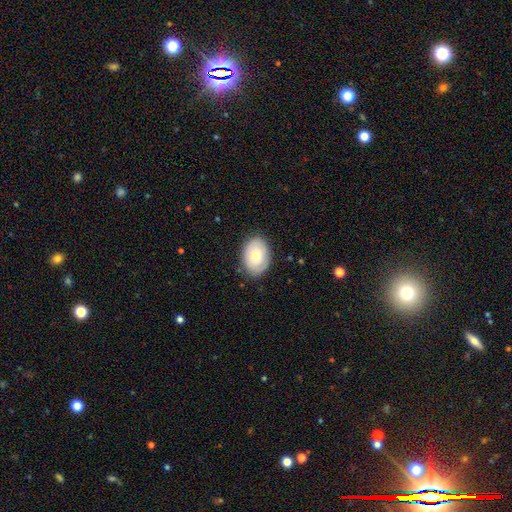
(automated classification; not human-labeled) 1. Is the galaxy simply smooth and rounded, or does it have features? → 67% smooth, 27% featured or disk, 6% star or artifact.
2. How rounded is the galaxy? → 78% in between, 21% round, 1% cigar-shaped.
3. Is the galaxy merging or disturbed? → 82% none, 14% minor disturbance, 3% major disturbance, 1% merger.